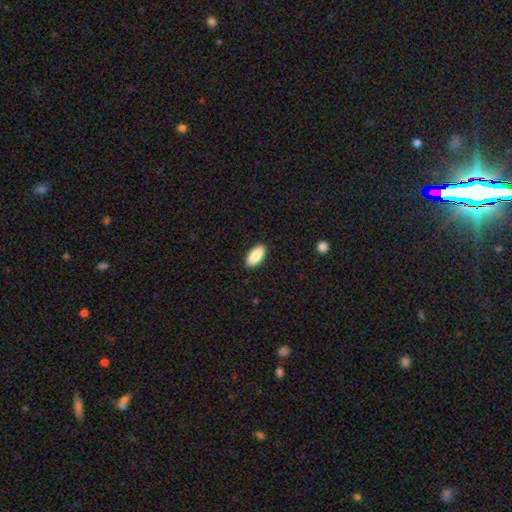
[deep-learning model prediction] smooth-or-featured: smooth: 88% | star or artifact: 6% | featured or disk: 6%
  how-rounded: in between: 92% | cigar-shaped: 6% | round: 2%
  merging: none: 90% | minor disturbance: 8% | major disturbance: 2% | merger: 1%